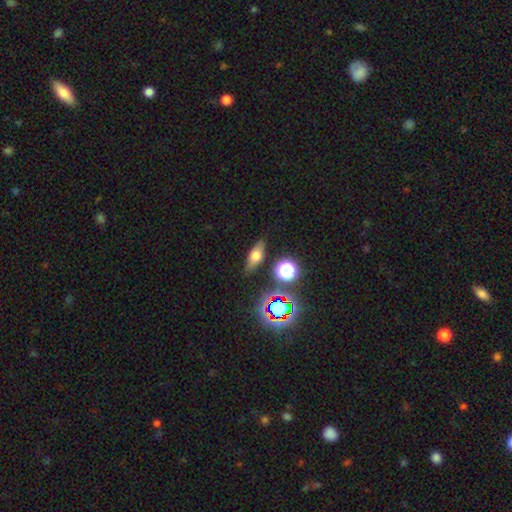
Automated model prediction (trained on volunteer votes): smooth_or_featured: smooth (p=0.56) [alt: featured or disk p=0.29]
how_rounded: in between (p=0.65) [alt: cigar-shaped p=0.23]
merging: none (p=0.81) [alt: minor disturbance p=0.13]